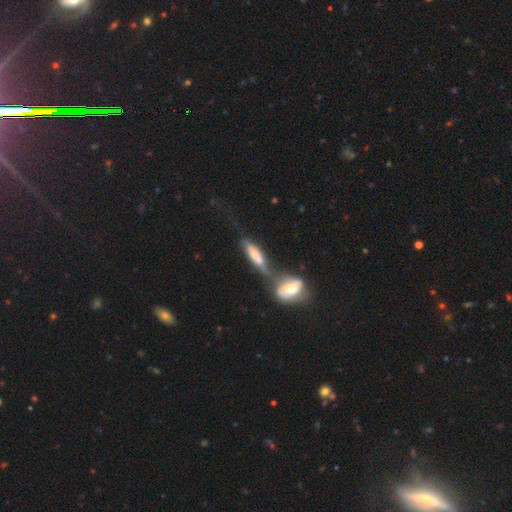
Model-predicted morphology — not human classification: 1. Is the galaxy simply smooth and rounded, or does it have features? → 53% smooth, 39% featured or disk, 8% star or artifact.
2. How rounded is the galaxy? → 56% cigar-shaped, 41% in between, 3% round.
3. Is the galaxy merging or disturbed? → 59% merger, 19% none, 11% minor disturbance, 10% major disturbance.